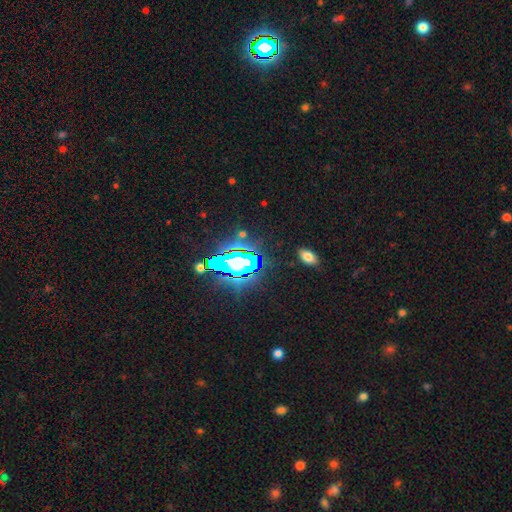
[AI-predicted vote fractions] This appears to be a star or artifact, not a galaxy (79%).